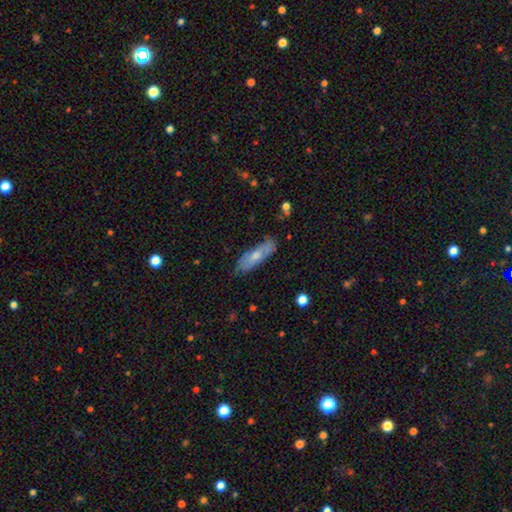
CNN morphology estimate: smooth_or_featured: smooth (p=0.60) [alt: featured or disk p=0.34]
how_rounded: cigar-shaped (p=0.54) [alt: in between p=0.44]
merging: none (p=0.76) [alt: minor disturbance p=0.18]